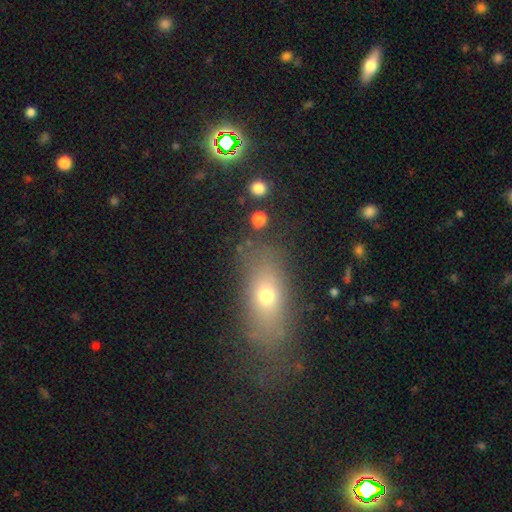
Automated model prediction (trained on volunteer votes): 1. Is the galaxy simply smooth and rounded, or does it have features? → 57% smooth, 26% featured or disk, 17% star or artifact.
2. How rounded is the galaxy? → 66% in between, 25% cigar-shaped, 9% round.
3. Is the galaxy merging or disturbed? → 72% none, 17% minor disturbance, 9% major disturbance, 3% merger.